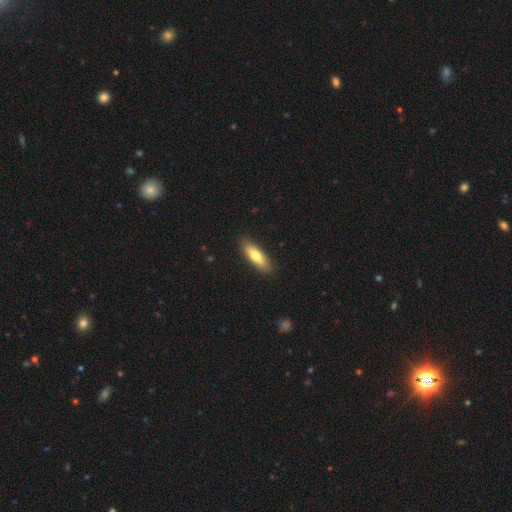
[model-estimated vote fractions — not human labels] Morphology: type=smooth (75%); roundness=in between (52%); merging=none (88%).